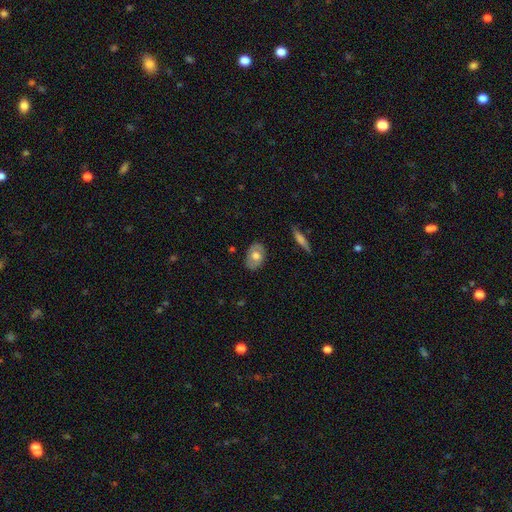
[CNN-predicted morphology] A smooth galaxy with no disk features (60%) that is in between round and cigar-shaped (84%).

Vote fractions:
- Smooth or featured? smooth: 60% / featured or disk: 34% / star or artifact: 6%
- How rounded? in between: 84% / round: 15% / cigar-shaped: 2%
- Merging? none: 83% / minor disturbance: 13% / major disturbance: 2% / merger: 1%